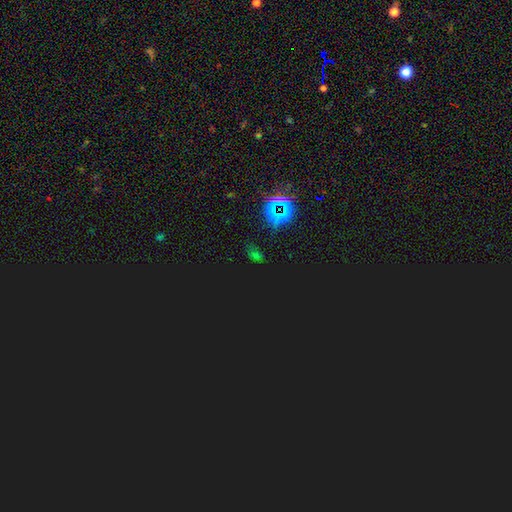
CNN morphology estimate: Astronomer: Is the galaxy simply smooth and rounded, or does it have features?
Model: star or artifact — 75%.